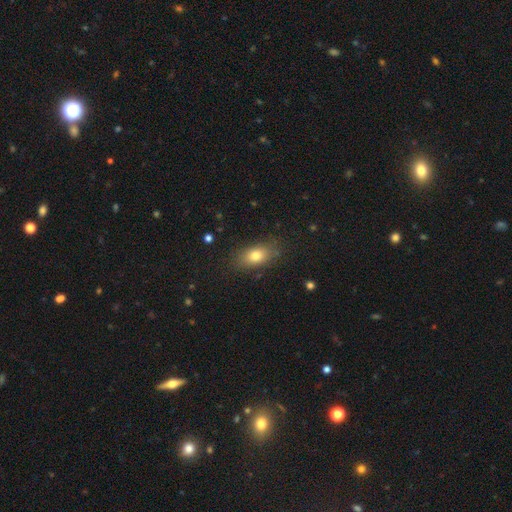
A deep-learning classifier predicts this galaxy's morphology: type=smooth (78%); roundness=in between (83%); merging=none (82%).